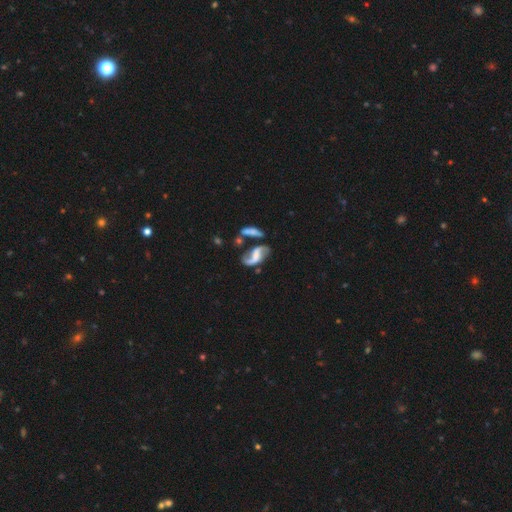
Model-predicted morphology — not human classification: A featured or disk galaxy (81%) with a weak bar (40%), 2 (87%) loose (75%) spiral arms (92%) and no central bulge (44%). Merging: none (41%).